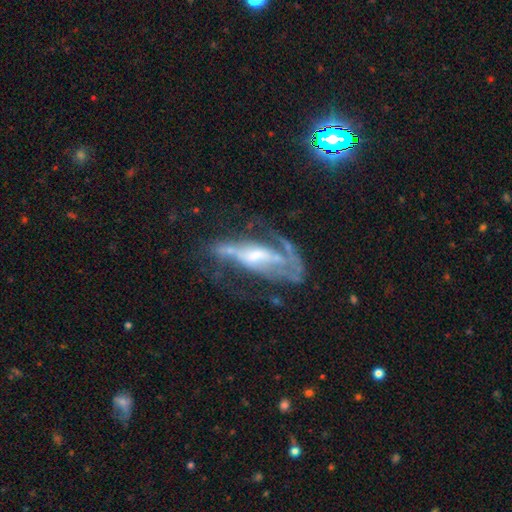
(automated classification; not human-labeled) Smooth or featured: featured or disk — 78% (smooth — 14%)
Edge-on disk: no — 82% (yes — 18%)
Bar: no — 37% (weak — 35%)
Spiral arms: yes — 78% (no — 22%)
Spiral winding: medium — 41% (loose — 35%)
Spiral arm count: 2 — 49% (can't tell — 24%)
Bulge size: moderate — 44% (small — 30%)
Merging: major disturbance — 38% (none — 34%)